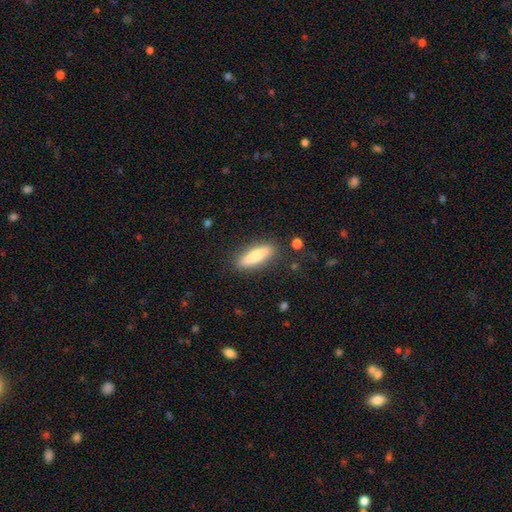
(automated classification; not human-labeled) Smooth or featured?
  - smooth: 75% *
  - featured or disk: 19%
  - star or artifact: 6%
How rounded?
  - cigar-shaped: 63% *
  - in between: 35%
  - round: 2%
Merging?
  - none: 86% *
  - minor disturbance: 10%
  - major disturbance: 2%
  - merger: 2%